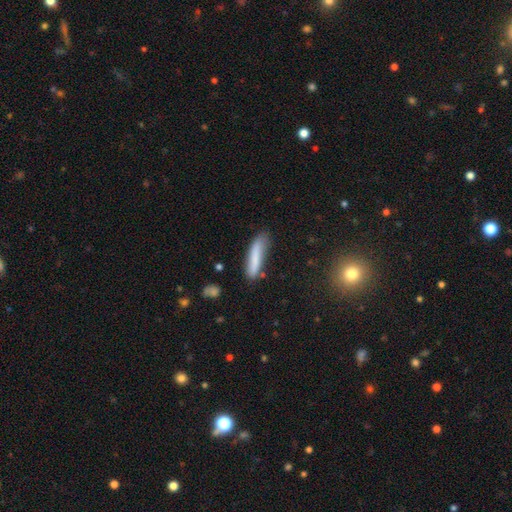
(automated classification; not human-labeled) smooth_or_featured: smooth (p=0.78) [alt: featured or disk p=0.16]
how_rounded: cigar-shaped (p=0.83) [alt: in between p=0.15]
merging: none (p=0.68) [alt: minor disturbance p=0.22]